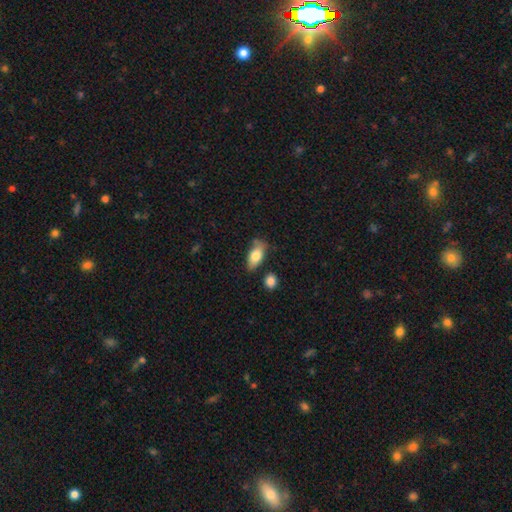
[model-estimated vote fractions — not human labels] This appears to be a smooth galaxy with no disk features (77%) that is in between round and cigar-shaped (87%). Merging: none (63%).